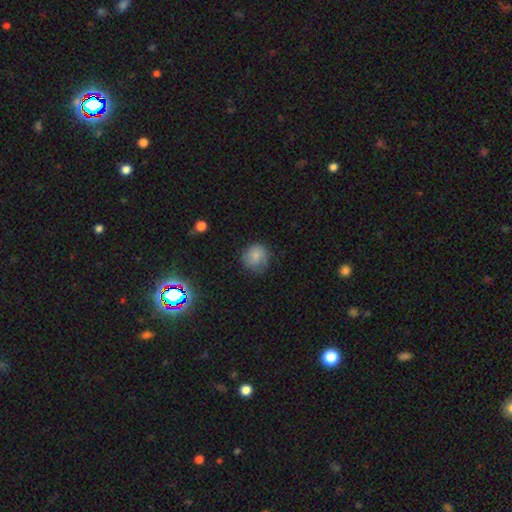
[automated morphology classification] Overall: smooth (79%). How rounded: round (88%). Merging: none (70%).